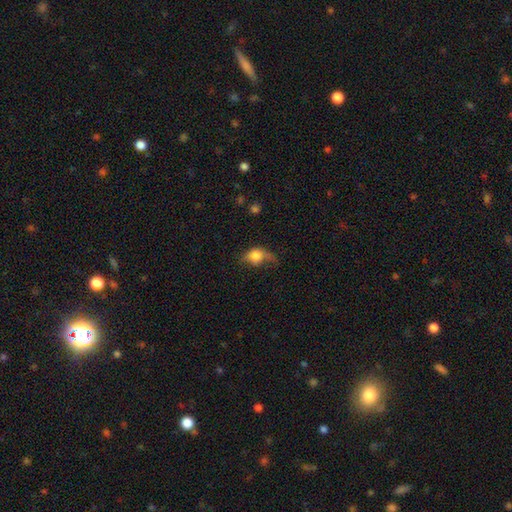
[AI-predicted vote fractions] Morphology: type=smooth (69%); roundness=in between (60%); merging=major disturbance (39%).